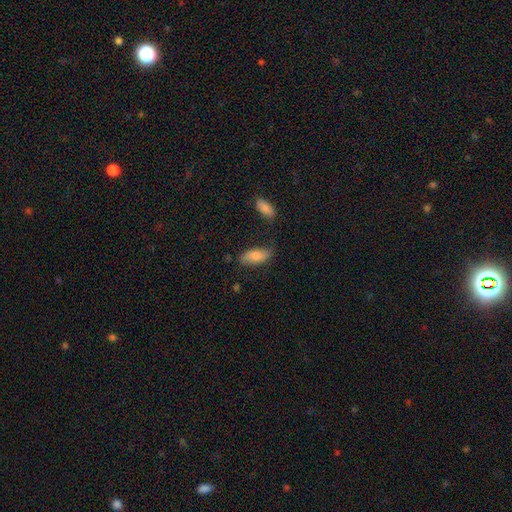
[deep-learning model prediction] This is likely a smooth galaxy (74%). How rounded: clearly in between (85%). Merging: likely none (72%).